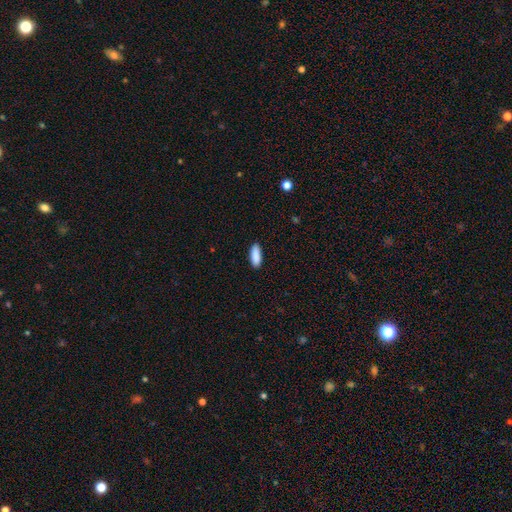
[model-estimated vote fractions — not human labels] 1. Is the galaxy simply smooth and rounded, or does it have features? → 90% smooth, 6% star or artifact, 4% featured or disk.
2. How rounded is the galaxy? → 68% in between, 30% cigar-shaped, 2% round.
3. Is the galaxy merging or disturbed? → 89% none, 8% minor disturbance, 2% major disturbance, 1% merger.